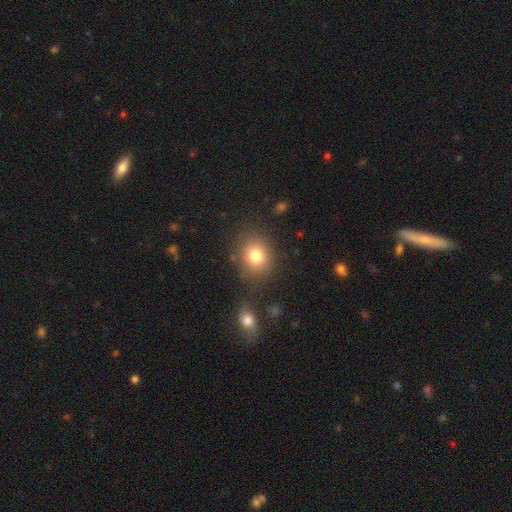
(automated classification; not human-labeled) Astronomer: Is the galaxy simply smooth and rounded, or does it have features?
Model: smooth — 80%.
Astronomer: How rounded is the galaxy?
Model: round — 67%.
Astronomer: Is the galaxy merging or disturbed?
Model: none — 79%.